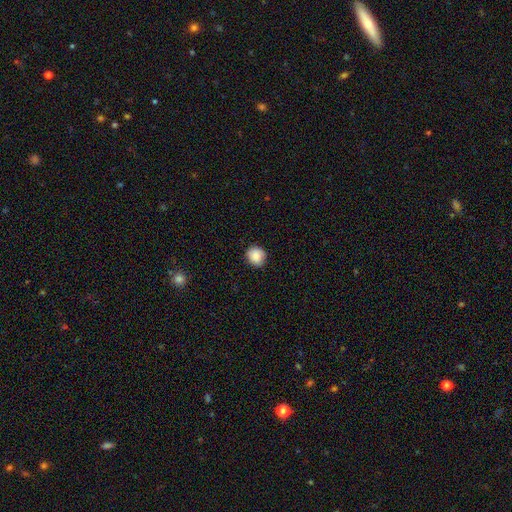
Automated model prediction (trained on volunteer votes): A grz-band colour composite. It shows a smooth galaxy with no disk features (87%) that is round (87%). Merging: none (85%).